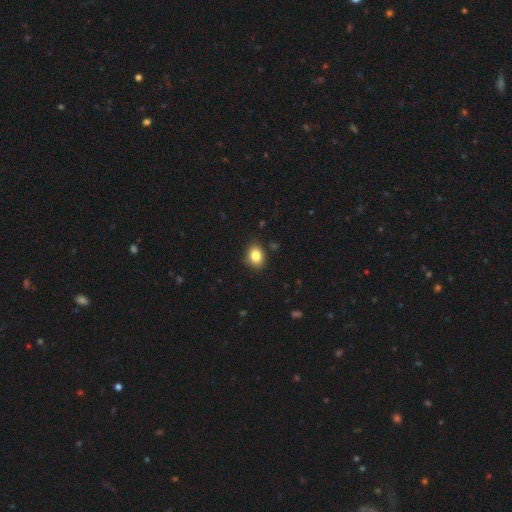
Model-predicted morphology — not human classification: smooth-or-featured: smooth: 84% | star or artifact: 9% | featured or disk: 7%
  how-rounded: in between: 64% | round: 35% | cigar-shaped: 1%
  merging: none: 86% | minor disturbance: 10% | major disturbance: 2% | merger: 1%